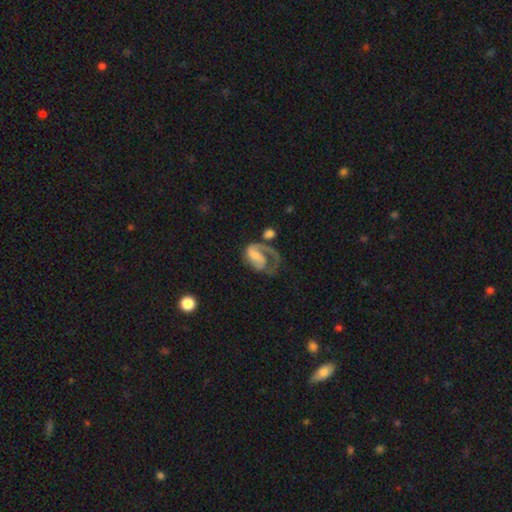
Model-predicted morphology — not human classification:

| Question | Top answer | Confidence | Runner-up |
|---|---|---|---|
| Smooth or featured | featured or disk | 67% | smooth (25%) |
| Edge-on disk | no | 98% | yes (2%) |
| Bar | no | 53% | weak (33%) |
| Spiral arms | yes | 83% | no (17%) |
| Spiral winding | medium | 38% | loose (37%) |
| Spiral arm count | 1 | 69% | 2 (21%) |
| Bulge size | none | 37% | small (31%) |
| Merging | major disturbance | 52% | none (23%) |